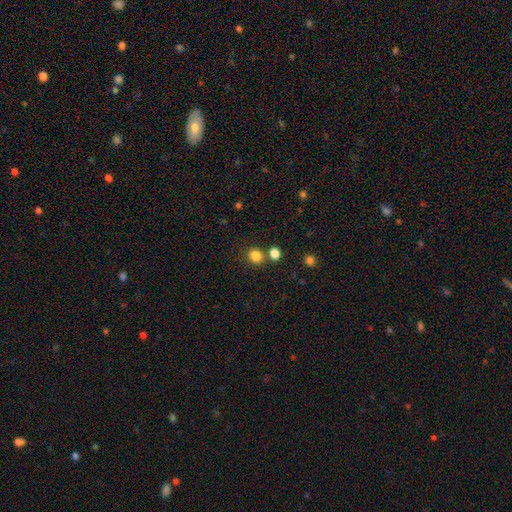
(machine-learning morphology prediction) A smooth galaxy with no disk features (83%) that is round (76%). Merging: none (74%).